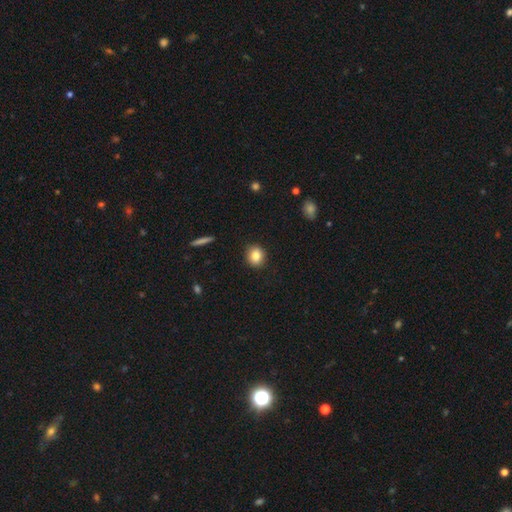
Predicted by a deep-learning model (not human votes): Smooth or featured: smooth — 84% (star or artifact — 9%)
How rounded: round — 75% (in between — 23%)
Merging: none — 90% (minor disturbance — 7%)